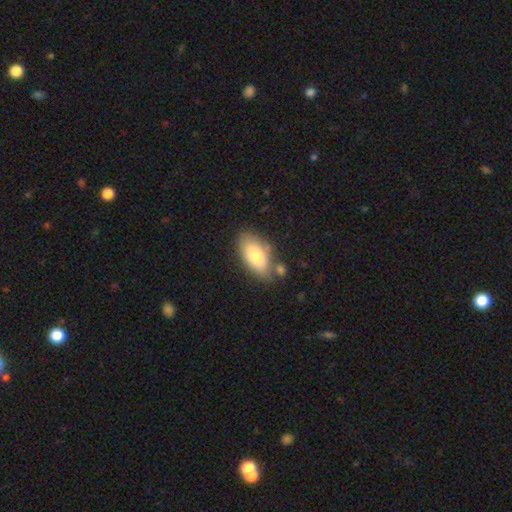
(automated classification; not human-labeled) This appears to be a smooth galaxy with no disk features (75%) that is in between round and cigar-shaped (92%). Merging: none (69%).